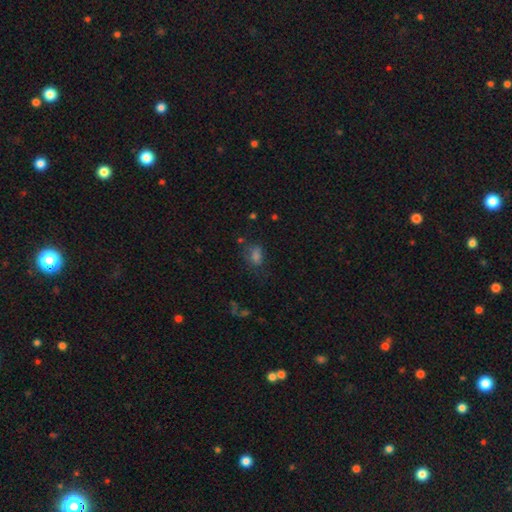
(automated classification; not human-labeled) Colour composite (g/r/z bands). It shows a smooth galaxy with no disk features (65%) that is in between round and cigar-shaped (76%). Merging: none (57%).